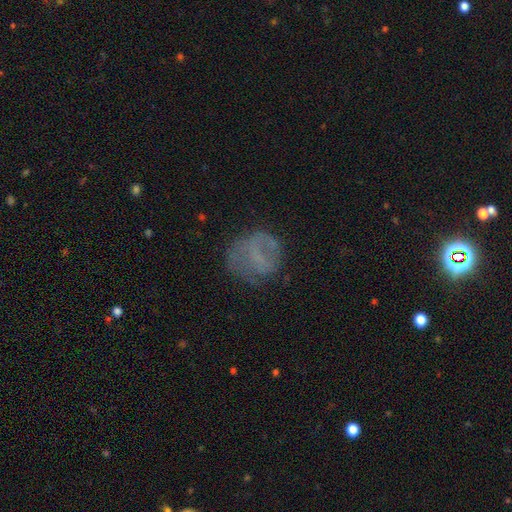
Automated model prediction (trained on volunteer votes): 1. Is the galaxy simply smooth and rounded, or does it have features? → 48% smooth, 37% featured or disk, 16% star or artifact.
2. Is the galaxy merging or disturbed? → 60% none, 20% minor disturbance, 18% major disturbance, 2% merger.